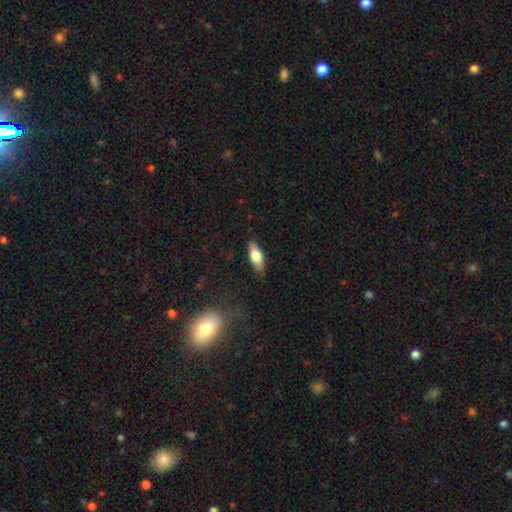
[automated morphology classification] Overall: smooth (71%). How rounded: in between (68%; cigar-shaped 30%). Merging: none (83%).